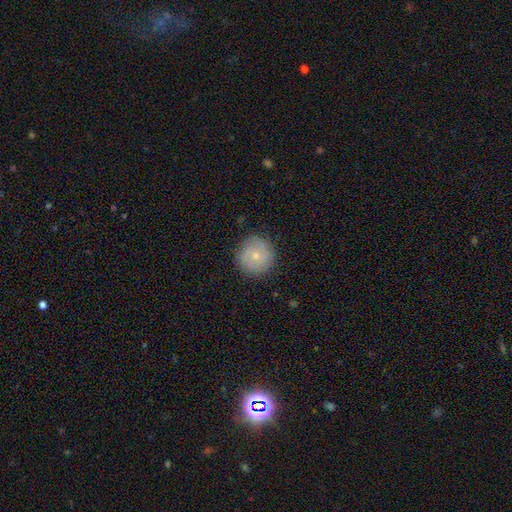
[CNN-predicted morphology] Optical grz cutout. It shows a featured or disk galaxy (48%). Merging: none (85%).